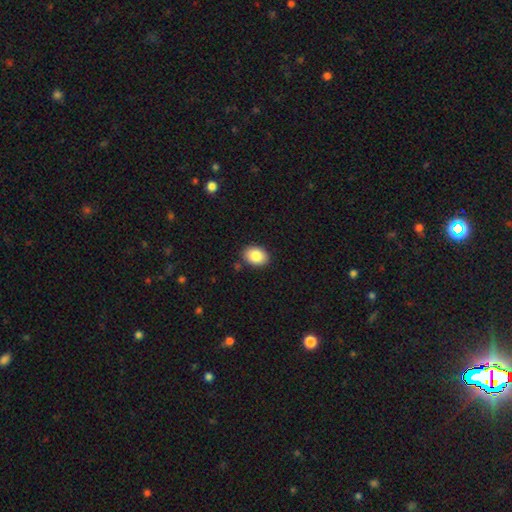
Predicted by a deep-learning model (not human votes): This appears to be a smooth galaxy with no disk features (87%) that is in between round and cigar-shaped (75%). Merging: none (86%).